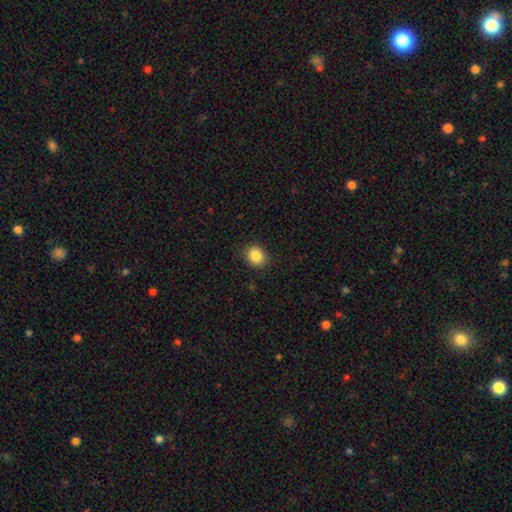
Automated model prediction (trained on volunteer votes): Smooth or featured: smooth — 86% (star or artifact — 9%)
How rounded: round — 63% (in between — 36%)
Merging: none — 87% (minor disturbance — 9%)